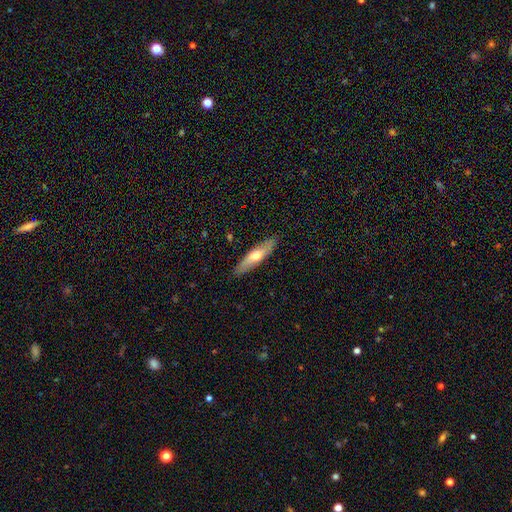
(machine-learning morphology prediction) Q: Smooth or featured?
A: smooth (51%); runner-up: featured or disk (44%)
Q: How rounded?
A: cigar-shaped (69%); runner-up: in between (28%)
Q: Merging?
A: none (88%); runner-up: minor disturbance (9%)